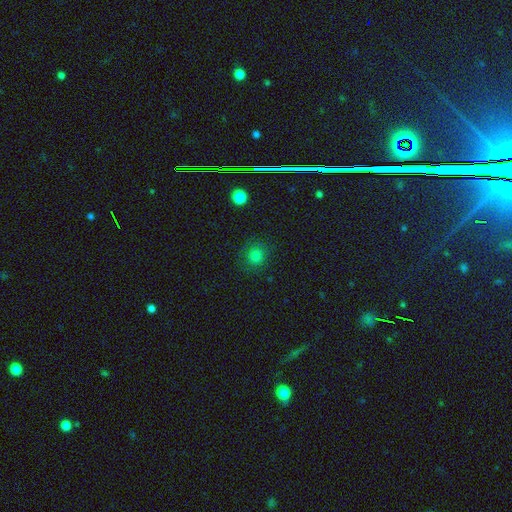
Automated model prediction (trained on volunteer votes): This appears to be a smooth galaxy with no disk features (79%) that is round (89%). Merging: none (83%).